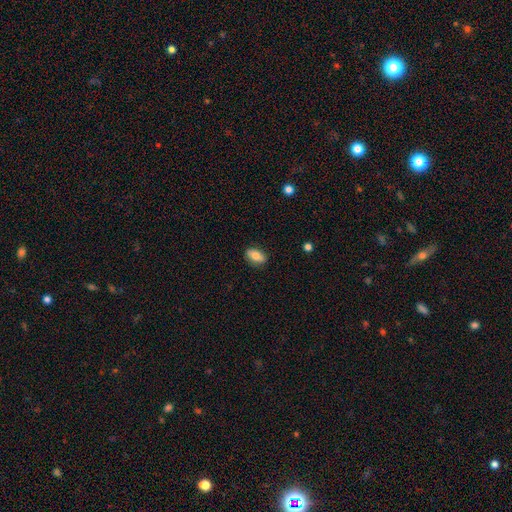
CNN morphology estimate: Smooth or featured? Predicted: smooth (p=0.76). How rounded? Predicted: in between (p=0.87). Merging? Predicted: none (p=0.86).